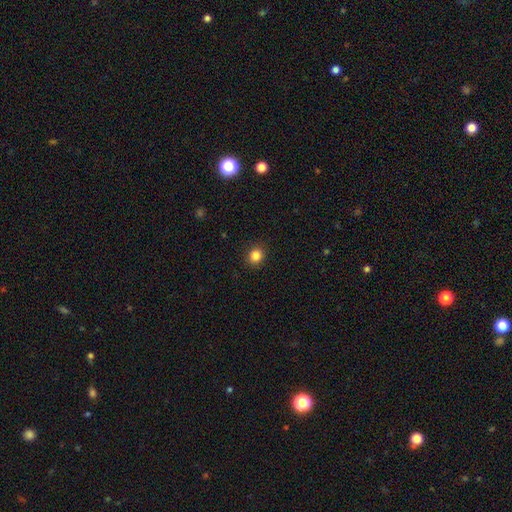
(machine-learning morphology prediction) A smooth galaxy with no disk features (84%) that is round (84%).

Vote fractions:
- Smooth or featured? smooth: 84% / star or artifact: 11% / featured or disk: 4%
- How rounded? round: 84% / in between: 15% / cigar-shaped: 1%
- Merging? none: 91% / minor disturbance: 6% / major disturbance: 2% / merger: 1%